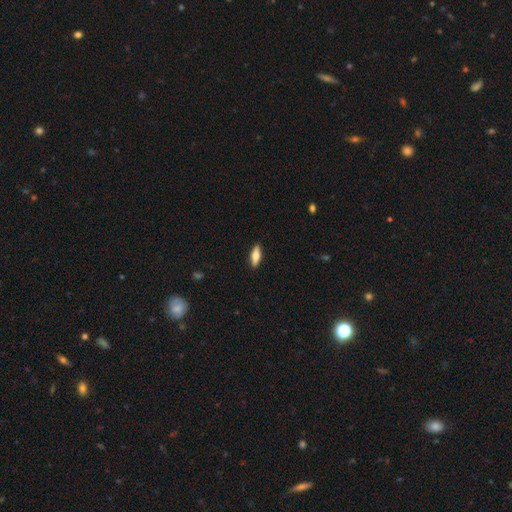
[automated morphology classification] The model was most divided on "how rounded": in between: 51%, cigar-shaped: 47%, round: 2%. More confident: merging — none (90%); smooth or featured — smooth (63%).